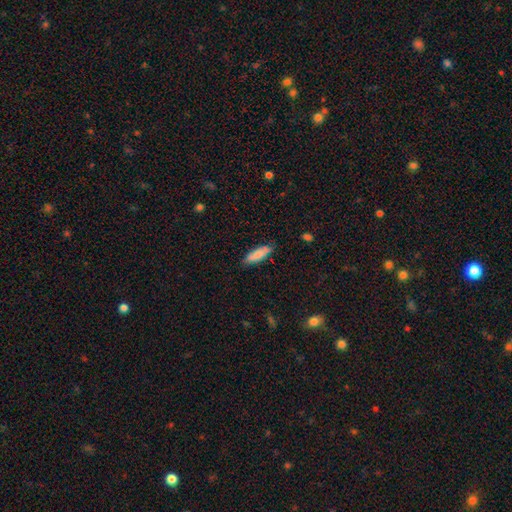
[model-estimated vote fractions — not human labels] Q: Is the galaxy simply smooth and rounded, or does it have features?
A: smooth — 82%.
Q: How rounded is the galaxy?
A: cigar-shaped — 59%.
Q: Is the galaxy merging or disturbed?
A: none — 84%.